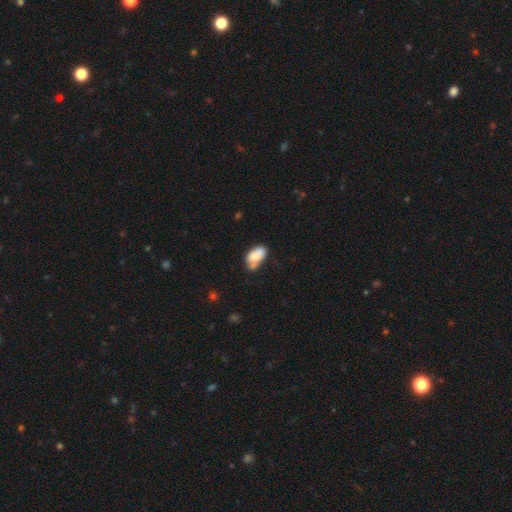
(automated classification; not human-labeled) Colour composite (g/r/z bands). It shows a smooth galaxy with no disk features (76%) that is in between round and cigar-shaped (92%). Merging: none (41%).